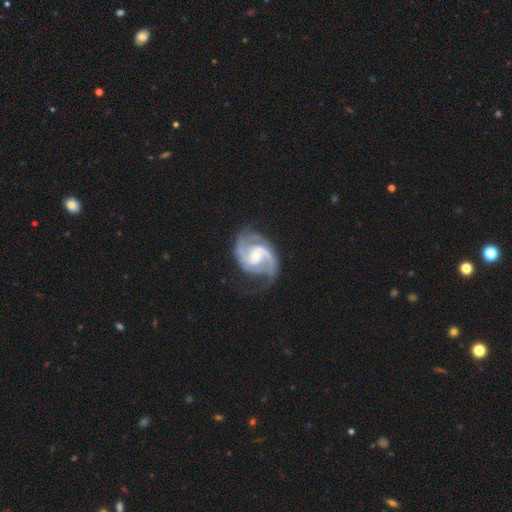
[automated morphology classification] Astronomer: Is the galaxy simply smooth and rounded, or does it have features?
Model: featured or disk — 92%.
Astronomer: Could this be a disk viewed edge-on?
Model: no — 98%.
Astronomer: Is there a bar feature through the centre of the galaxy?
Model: no — 51% (runner-up: weak, 38%).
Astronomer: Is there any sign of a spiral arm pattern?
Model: yes — 98%.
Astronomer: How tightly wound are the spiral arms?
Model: medium — 56% (runner-up: tight, 32%).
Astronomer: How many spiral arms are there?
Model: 2 — 82%.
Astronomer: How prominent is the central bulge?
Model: small — 54% (runner-up: moderate, 41%).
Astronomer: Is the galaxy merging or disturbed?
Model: none — 66%.